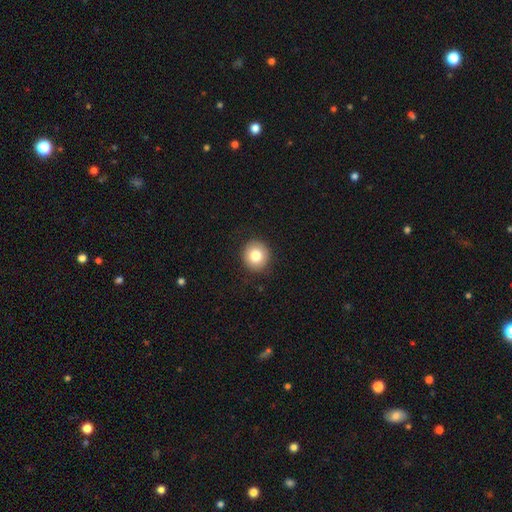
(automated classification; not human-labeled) smooth-or-featured: smooth: 82% | star or artifact: 9% | featured or disk: 9%
  how-rounded: round: 91% | in between: 9% | cigar-shaped: 1%
  merging: none: 90% | minor disturbance: 7% | major disturbance: 2% | merger: 1%